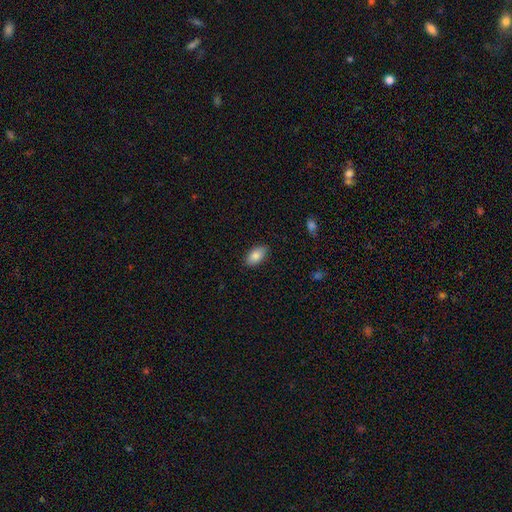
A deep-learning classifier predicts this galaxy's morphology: A smooth galaxy with no disk features (85%) that is in between round and cigar-shaped (93%). Merging: none (86%).